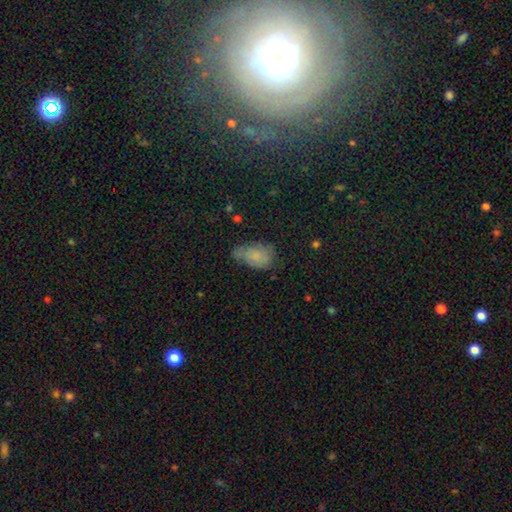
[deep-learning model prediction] smooth_or_featured: smooth (p=0.71) [alt: featured or disk p=0.17]
how_rounded: in between (p=0.88) [alt: round p=0.10]
merging: none (p=0.40) [tied with: minor disturbance p=0.40]